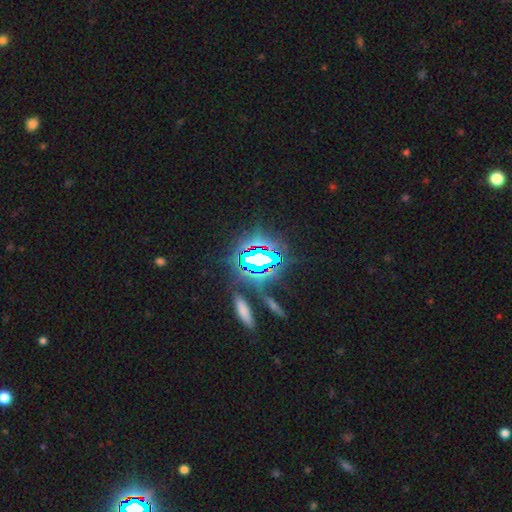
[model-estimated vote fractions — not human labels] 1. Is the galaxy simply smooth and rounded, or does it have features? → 74% star or artifact, 14% smooth, 12% featured or disk.